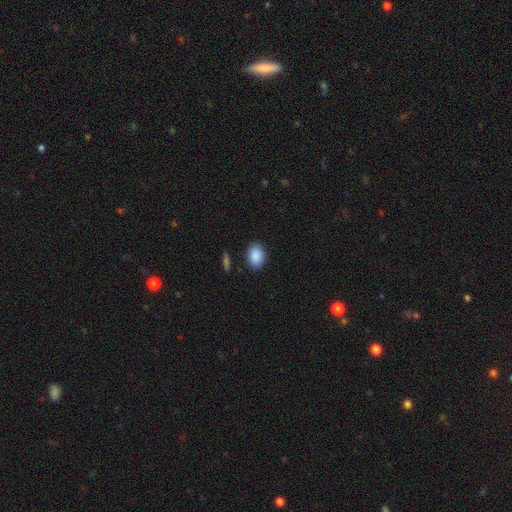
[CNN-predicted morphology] This is clearly a smooth galaxy (89%). How rounded: likely in between (75%). Merging: clearly none (88%).